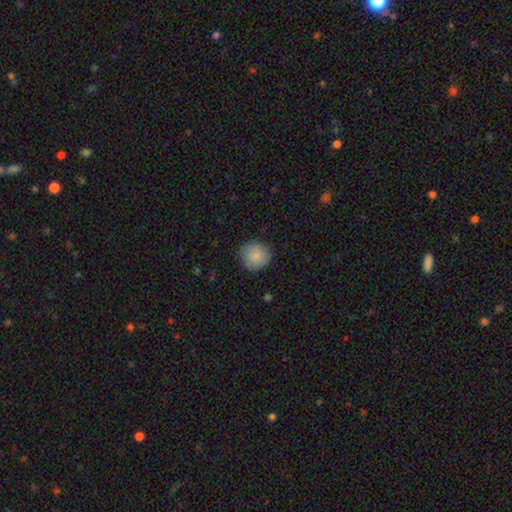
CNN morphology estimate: A smooth galaxy with no disk features (84%) that is round (90%).

Vote fractions:
- Smooth or featured? smooth: 84% / featured or disk: 8% / star or artifact: 7%
- How rounded? round: 90% / in between: 9% / cigar-shaped: 1%
- Merging? none: 82% / minor disturbance: 14% / major disturbance: 3% / merger: 1%